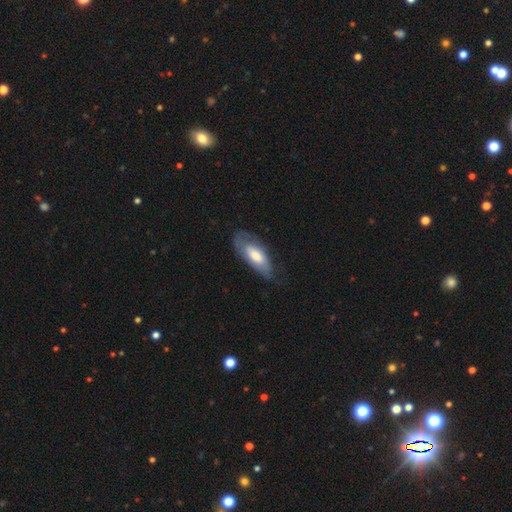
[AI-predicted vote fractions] A smooth galaxy with no disk features (55%) that is in between round and cigar-shaped (82%).

Vote fractions:
- Smooth or featured? smooth: 55% / featured or disk: 40% / star or artifact: 6%
- How rounded? in between: 82% / cigar-shaped: 16% / round: 2%
- Merging? none: 53% / minor disturbance: 29% / major disturbance: 16% / merger: 2%